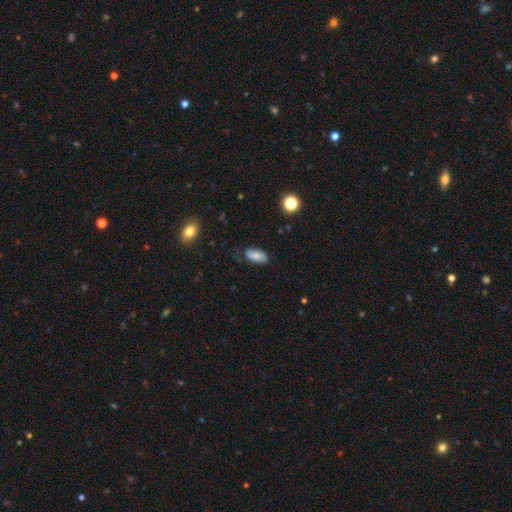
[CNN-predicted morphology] Overall: smooth (74%). How rounded: in between (89%). Merging: none (65%; minor disturbance 26%).